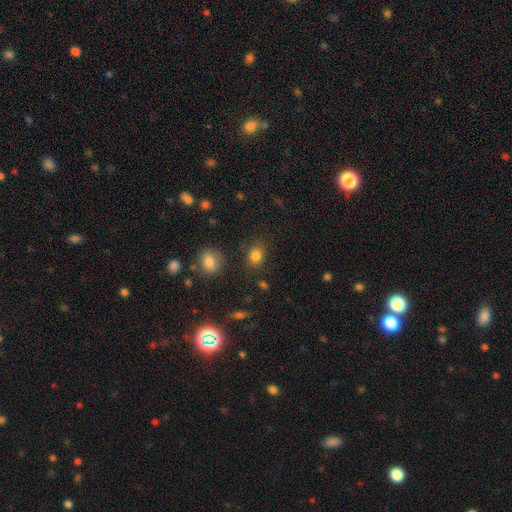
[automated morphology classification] The model was most divided on "how rounded": in between: 53%, round: 45%, cigar-shaped: 1%. More confident: merging — none (83%); smooth or featured — smooth (82%).